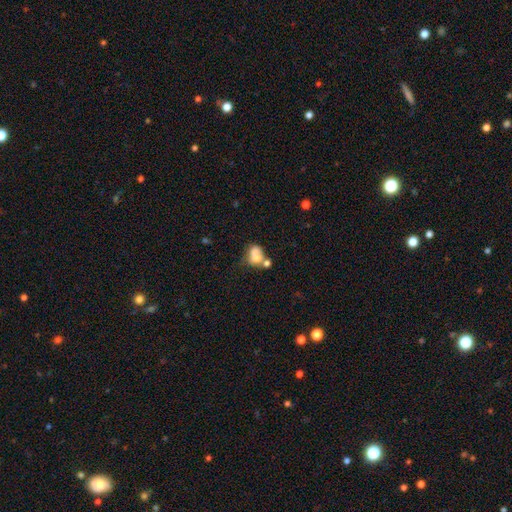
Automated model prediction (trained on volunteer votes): A smooth galaxy with no disk features (65%) that is in between round and cigar-shaped (61%).

Vote fractions:
- Smooth or featured? smooth: 65% / featured or disk: 24% / star or artifact: 11%
- How rounded? in between: 61% / round: 38% / cigar-shaped: 1%
- Merging? merger: 55% / none: 22% / minor disturbance: 13% / major disturbance: 11%